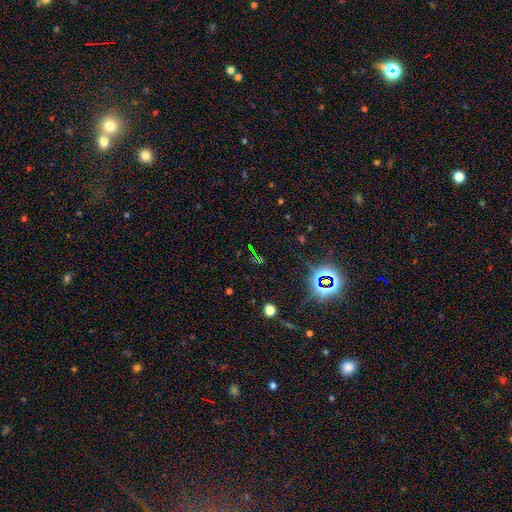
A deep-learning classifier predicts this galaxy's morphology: smooth_or_featured: star or artifact (p=0.74) [alt: smooth p=0.15]